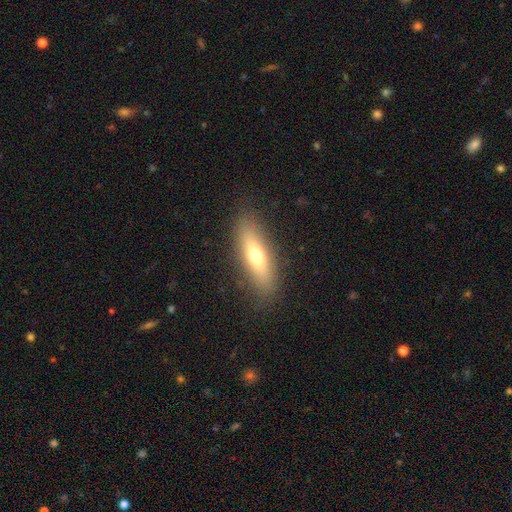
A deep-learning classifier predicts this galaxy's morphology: Smooth or featured? smooth (63%)
How rounded? cigar-shaped (55%)
Merging? none (87%)